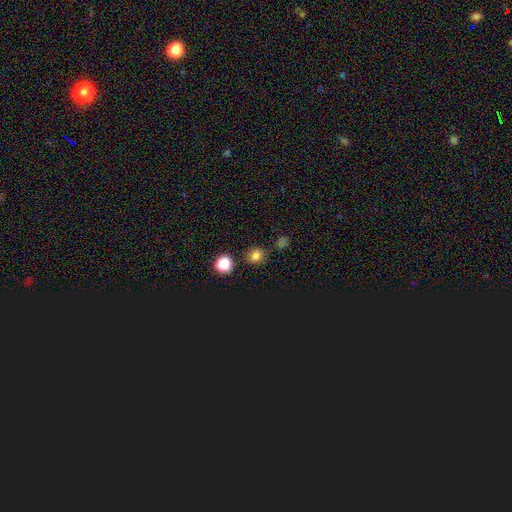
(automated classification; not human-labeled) Q: Smooth or featured?
A: smooth (72%); runner-up: star or artifact (23%)
Q: How rounded?
A: round (76%); runner-up: in between (23%)
Q: Merging?
A: none (80%); runner-up: minor disturbance (11%)